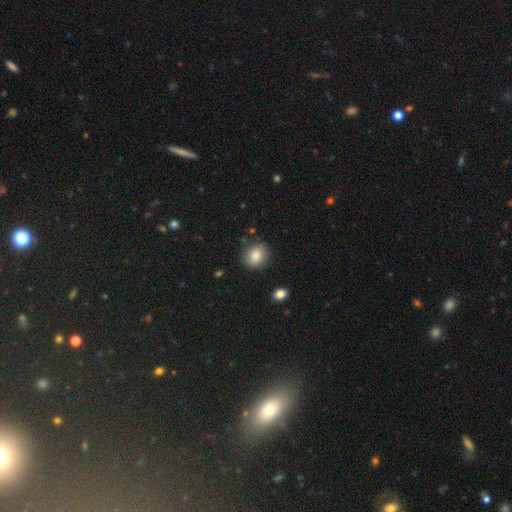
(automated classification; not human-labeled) A smooth galaxy with no disk features (85%) that is round (60%).

Vote fractions:
- Smooth or featured? smooth: 85% / star or artifact: 8% / featured or disk: 6%
- How rounded? round: 60% / in between: 39% / cigar-shaped: 1%
- Merging? none: 85% / minor disturbance: 11% / major disturbance: 3% / merger: 2%